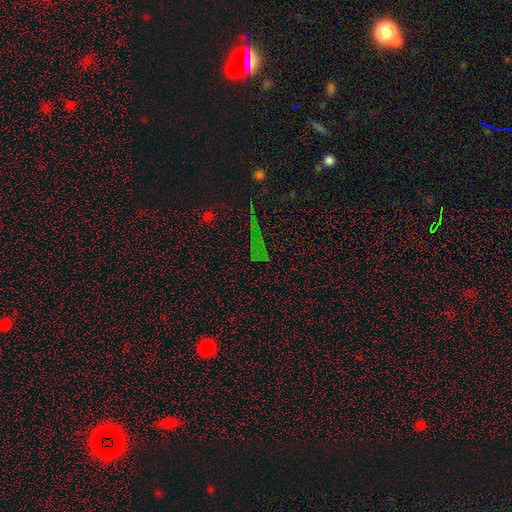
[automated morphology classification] smooth-or-featured: star or artifact: 72% | smooth: 19% | featured or disk: 9%